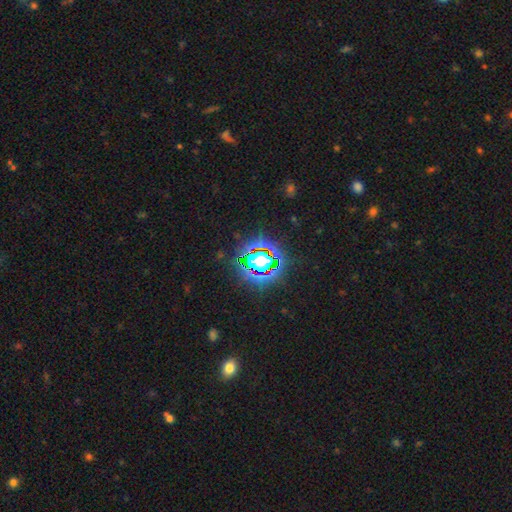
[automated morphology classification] Smooth or featured?
  - star or artifact: 76% *
  - smooth: 15%
  - featured or disk: 10%